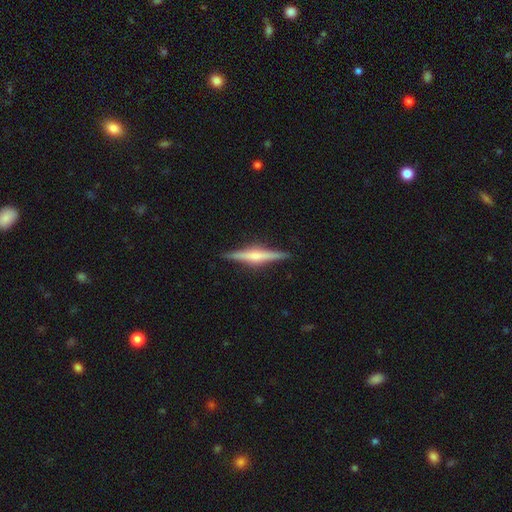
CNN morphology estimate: A featured or disk galaxy (73%) viewed edge-on (98%) with a rounded central bulge (76%).

Vote fractions:
- Smooth or featured? featured or disk: 73% / smooth: 22% / star or artifact: 6%
- Edge-on disk? yes: 98% / no: 2%
- Edge-on bulge? rounded: 76% / boxy: 14% / none: 10%
- Merging? none: 90% / minor disturbance: 7% / major disturbance: 2% / merger: 1%